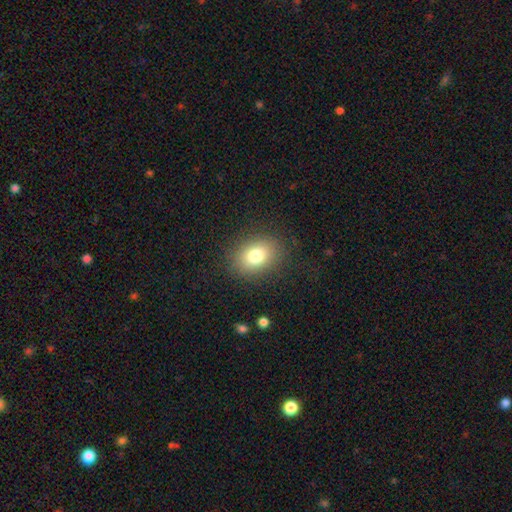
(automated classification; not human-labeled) Q: Smooth or featured?
A: smooth (79%); runner-up: star or artifact (11%)
Q: How rounded?
A: in between (64%); runner-up: round (35%)
Q: Merging?
A: none (85%); runner-up: minor disturbance (10%)